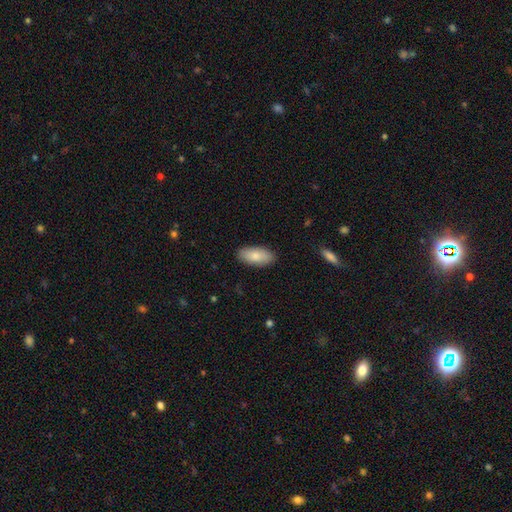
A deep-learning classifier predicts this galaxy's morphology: The model was most divided on "smooth or featured": smooth: 84%, featured or disk: 11%, star or artifact: 6%. More confident: how rounded — in between (90%); merging — none (88%).